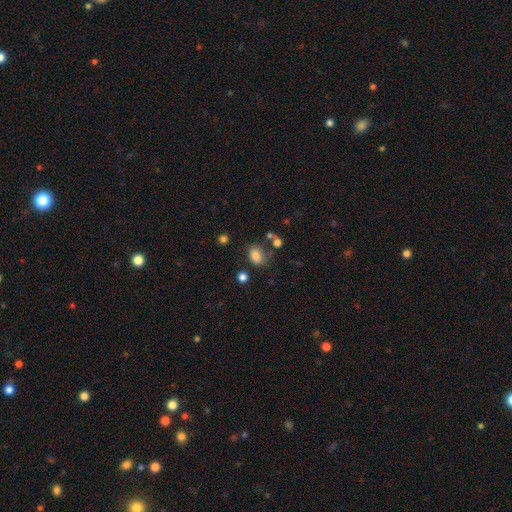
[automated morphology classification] The model was most divided on "how rounded": in between: 69%, round: 30%, cigar-shaped: 1%. More confident: smooth or featured — smooth (80%); merging — none (66%).